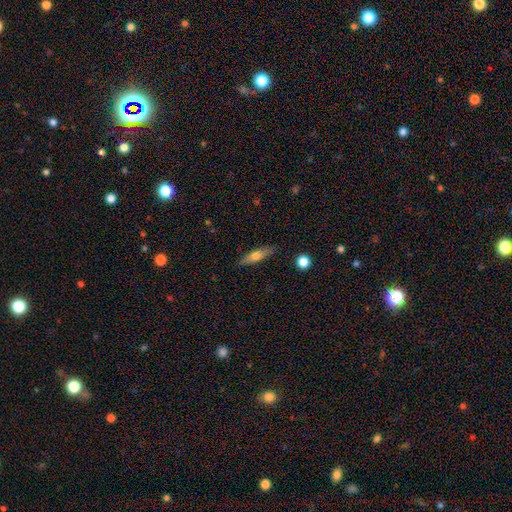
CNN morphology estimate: This is possibly a smooth galaxy (48%). Merging: clearly none (86%).